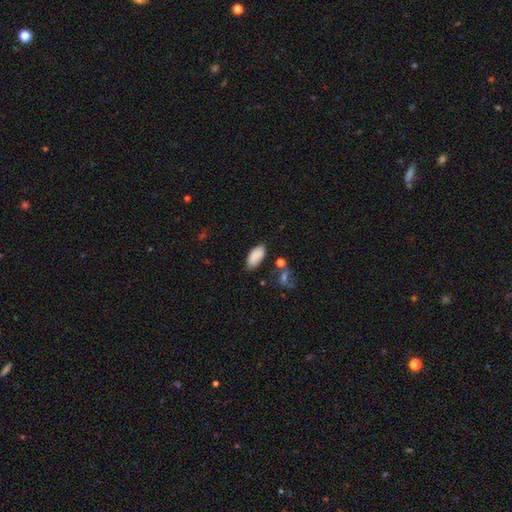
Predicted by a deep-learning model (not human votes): Smooth or featured? Predicted: smooth (p=0.86). How rounded? Predicted: in between (p=0.91). Merging? Predicted: none (p=0.74).